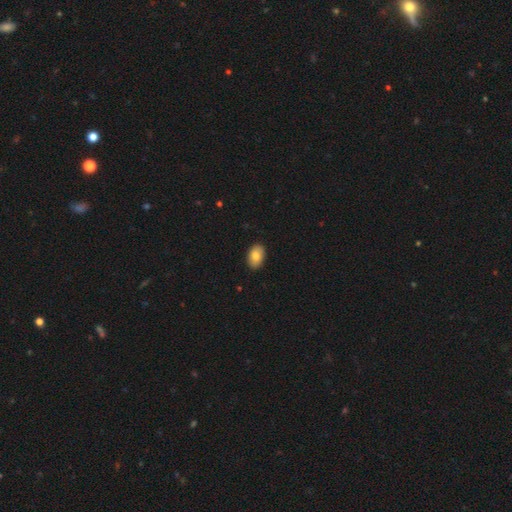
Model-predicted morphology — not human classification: type=smooth (83%); roundness=in between (90%); merging=none (90%).